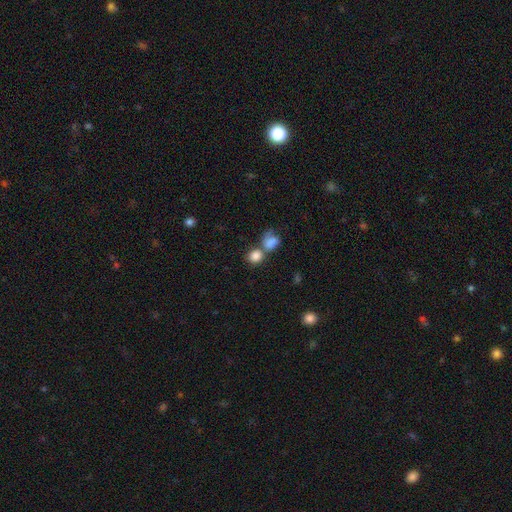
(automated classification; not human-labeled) Smooth or featured? Predicted: smooth (p=0.83). How rounded? Predicted: round (p=0.70). Merging? Predicted: merger (p=0.50).